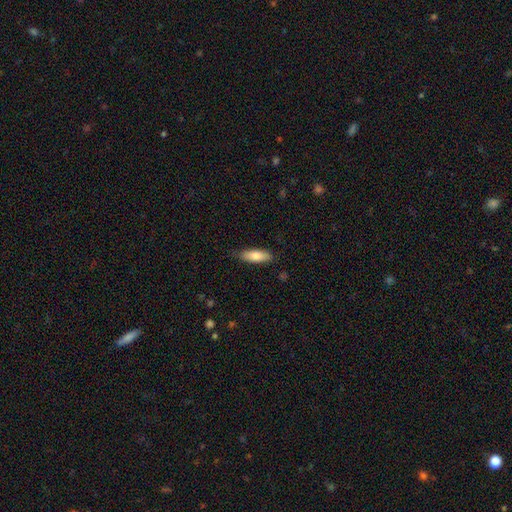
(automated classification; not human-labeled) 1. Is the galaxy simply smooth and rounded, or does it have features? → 79% smooth, 15% featured or disk, 6% star or artifact.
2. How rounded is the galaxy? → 59% in between, 39% cigar-shaped, 2% round.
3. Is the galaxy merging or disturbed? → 81% none, 15% minor disturbance, 3% major disturbance, 1% merger.